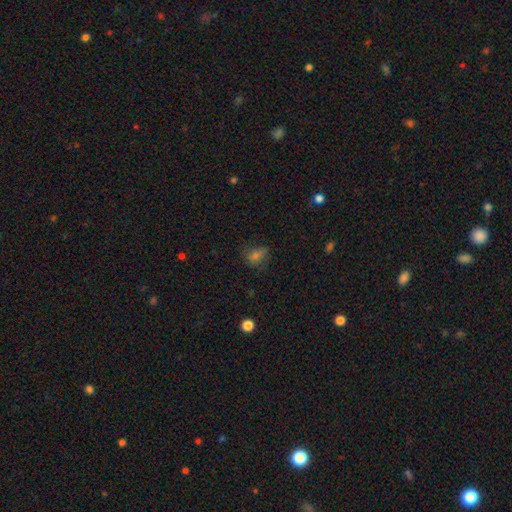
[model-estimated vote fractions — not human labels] smooth 61%, star or artifact 24%, featured or disk 15%. Down the decision tree: how rounded — in between (58%); merging — none (65%).